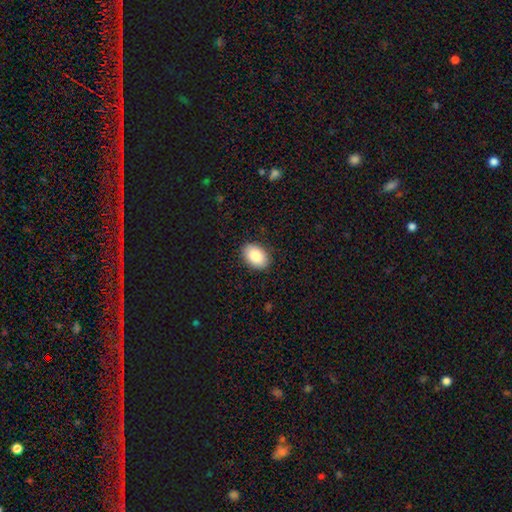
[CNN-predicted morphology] smooth 87%, star or artifact 7%, featured or disk 6%. Down the decision tree: how rounded — in between (87%); merging — none (89%).